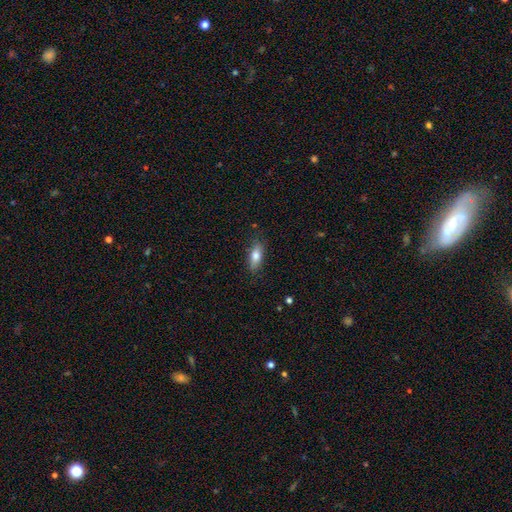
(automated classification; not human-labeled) Overall: smooth (77%). How rounded: in between (72%). Merging: none (82%).